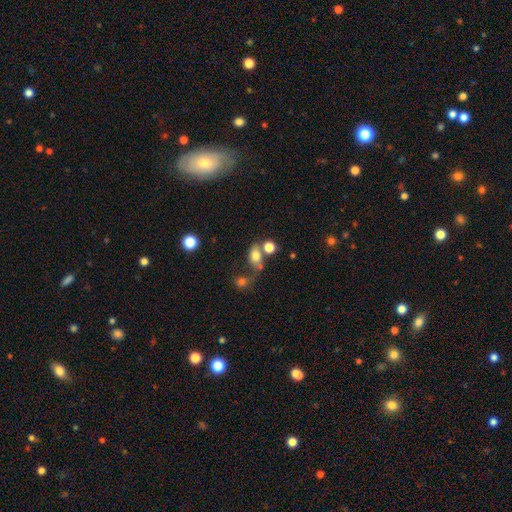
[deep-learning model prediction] Smooth or featured? Predicted: smooth (p=0.74). How rounded? Predicted: in between (p=0.67). Merging? Predicted: none (p=0.41).